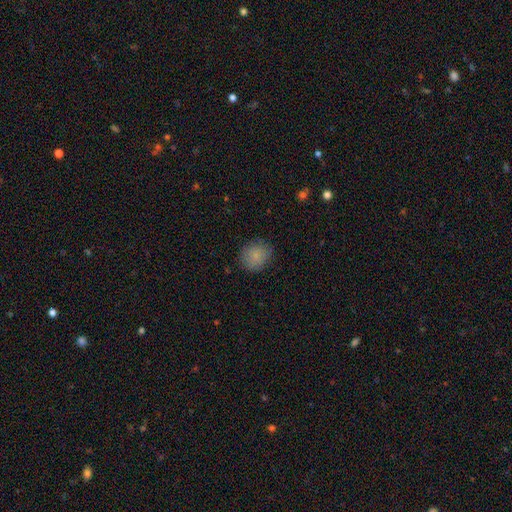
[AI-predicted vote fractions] Smooth or featured: smooth — 84% (star or artifact — 9%)
How rounded: round — 76% (in between — 23%)
Merging: none — 82% (minor disturbance — 14%)